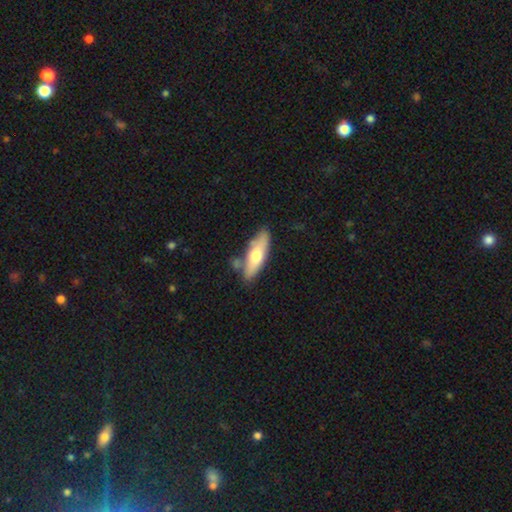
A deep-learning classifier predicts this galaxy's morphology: The model was most divided on "how rounded": cigar-shaped: 52%, in between: 46%, round: 2%. More confident: merging — none (71%); smooth or featured — smooth (59%).